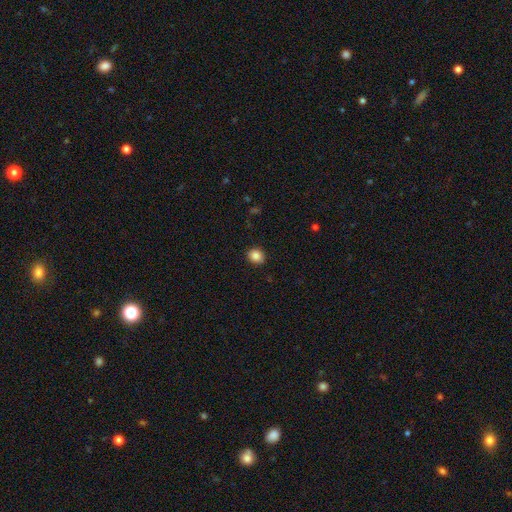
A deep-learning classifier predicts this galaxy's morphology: Smooth or featured?
  - smooth: 86% *
  - star or artifact: 10%
  - featured or disk: 5%
How rounded?
  - round: 70% *
  - in between: 29%
  - cigar-shaped: 1%
Merging?
  - none: 90% *
  - minor disturbance: 7%
  - major disturbance: 2%
  - merger: 1%